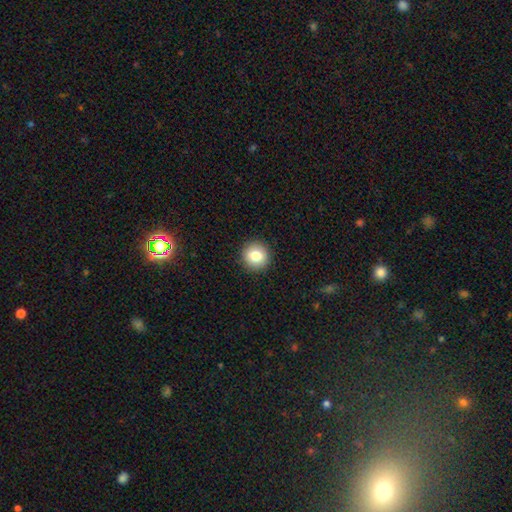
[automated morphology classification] A smooth galaxy with no disk features (81%) that is round (94%).

Vote fractions:
- Smooth or featured? smooth: 81% / star or artifact: 10% / featured or disk: 10%
- How rounded? round: 94% / in between: 5% / cigar-shaped: 1%
- Merging? none: 92% / minor disturbance: 5% / major disturbance: 2% / merger: 1%